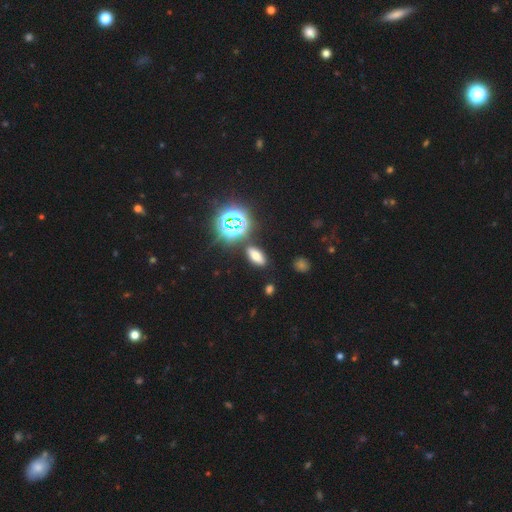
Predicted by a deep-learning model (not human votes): Q: Smooth or featured?
A: smooth (55%); runner-up: star or artifact (32%)
Q: How rounded?
A: in between (78%); runner-up: cigar-shaped (12%)
Q: Merging?
A: none (86%); runner-up: minor disturbance (8%)